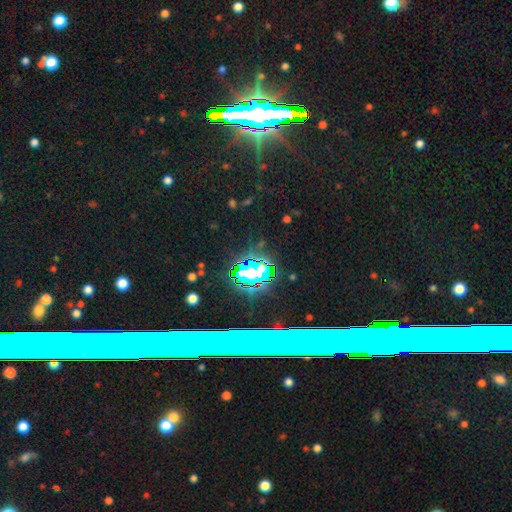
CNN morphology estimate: Smooth or featured? Predicted: star or artifact (p=0.74).